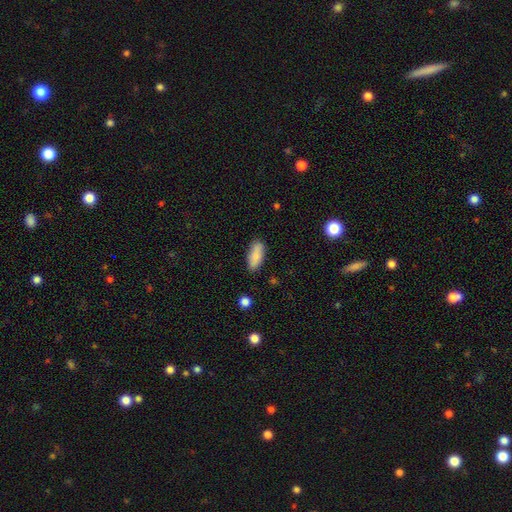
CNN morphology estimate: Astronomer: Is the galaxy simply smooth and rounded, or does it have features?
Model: smooth — 84%.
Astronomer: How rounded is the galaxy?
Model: in between — 77%.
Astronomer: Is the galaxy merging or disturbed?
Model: none — 83%.